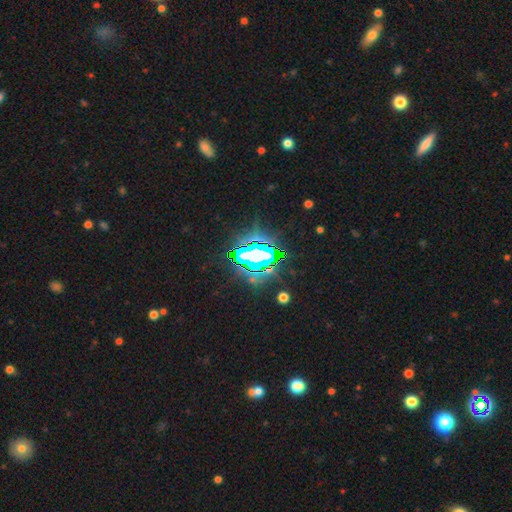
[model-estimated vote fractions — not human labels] The model was most divided on "smooth or featured": star or artifact: 74%, featured or disk: 15%, smooth: 12%.